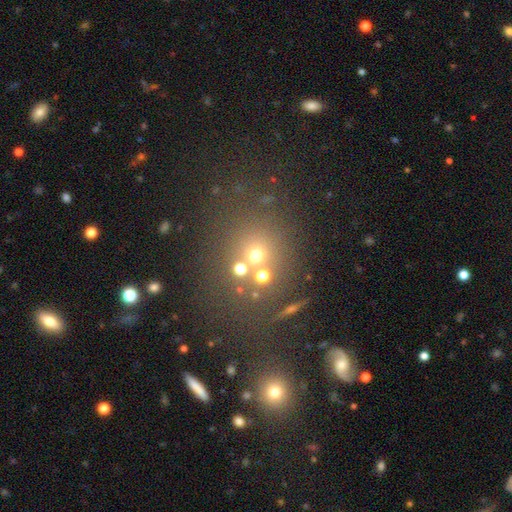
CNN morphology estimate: This appears to be a smooth galaxy with no disk features (56%) that is round (85%). Merging: none (64%).